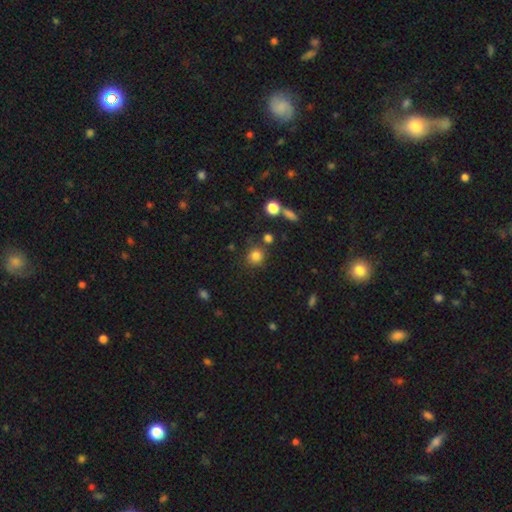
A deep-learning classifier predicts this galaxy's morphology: The model was most divided on "smooth or featured": smooth: 81%, star or artifact: 13%, featured or disk: 6%. More confident: how rounded — round (89%); merging — none (78%).